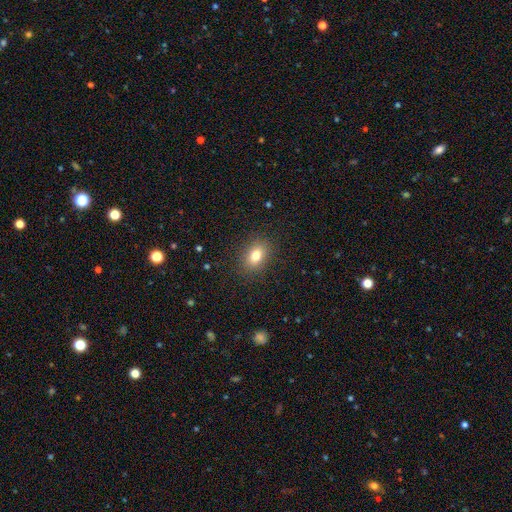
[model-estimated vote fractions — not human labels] The model was most divided on "how rounded": in between: 75%, round: 23%, cigar-shaped: 2%. More confident: merging — none (88%); smooth or featured — smooth (78%).